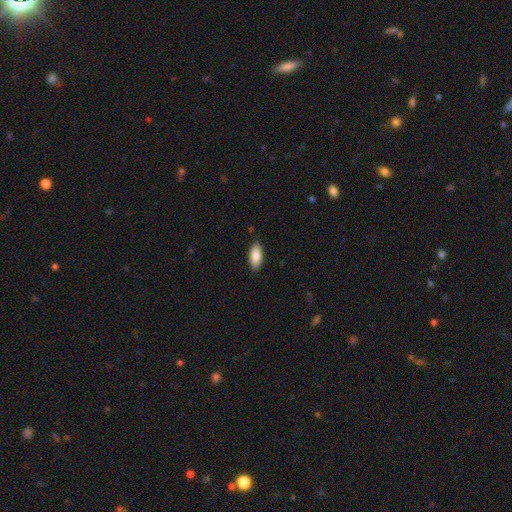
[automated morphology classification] type=smooth (87%); roundness=in between (86%); merging=none (87%).